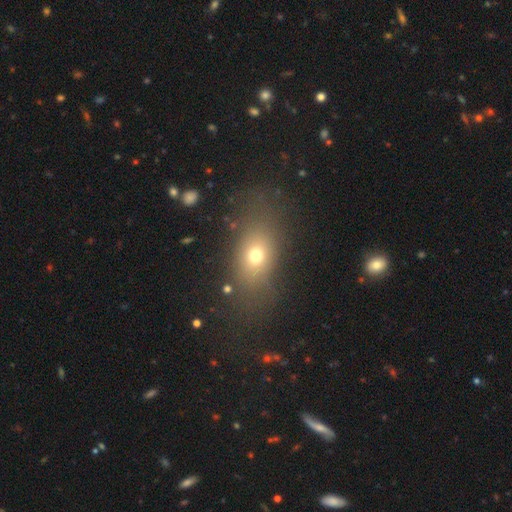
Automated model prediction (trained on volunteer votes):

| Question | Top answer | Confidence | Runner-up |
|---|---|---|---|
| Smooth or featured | smooth | 68% | featured or disk (17%) |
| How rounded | in between | 70% | round (25%) |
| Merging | none | 71% | minor disturbance (14%) |